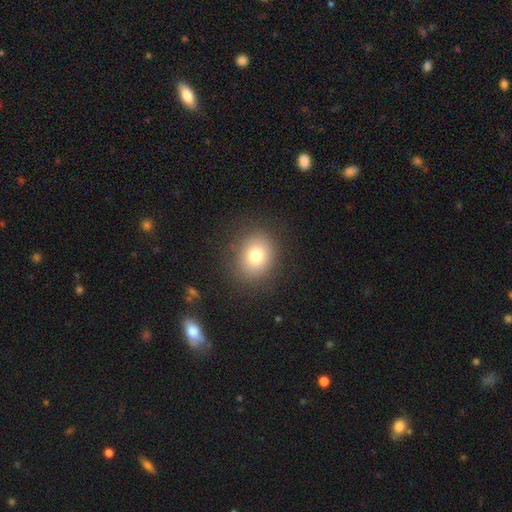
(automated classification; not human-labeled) Smooth or featured: smooth — 78% (star or artifact — 12%)
How rounded: round — 69% (in between — 31%)
Merging: none — 86% (minor disturbance — 9%)